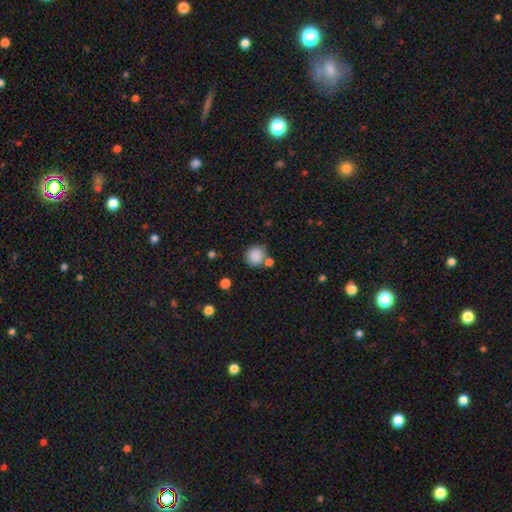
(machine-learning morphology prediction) Overall: smooth (86%). How rounded: round (89%). Merging: none (67%).